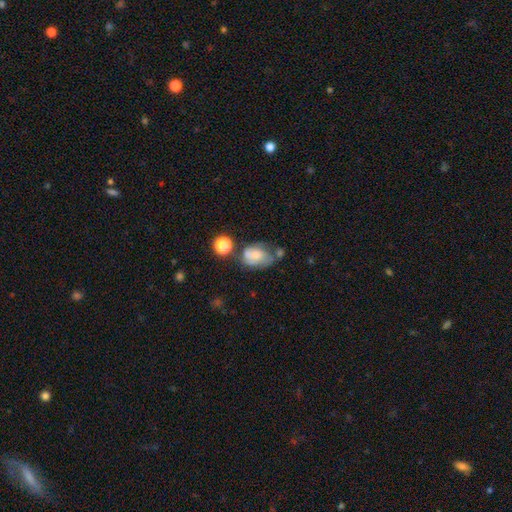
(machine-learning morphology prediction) Smooth or featured? smooth (60%)
How rounded? in between (71%)
Merging? none (31%)